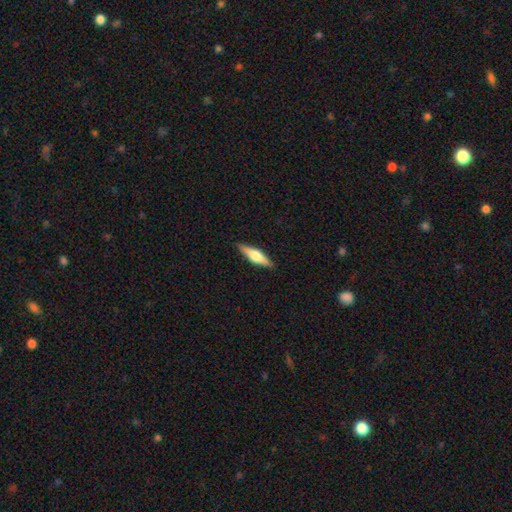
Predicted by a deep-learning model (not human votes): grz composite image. It shows a featured or disk galaxy (52%) viewed edge-on (96%). Merging: none (90%).